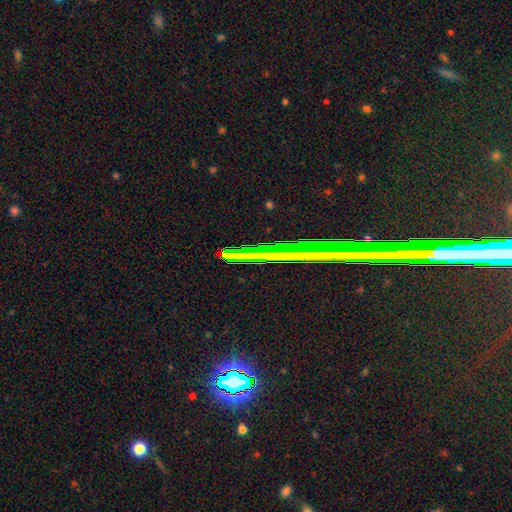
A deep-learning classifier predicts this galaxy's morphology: This is likely a star or artifact rather than a galaxy (78%).